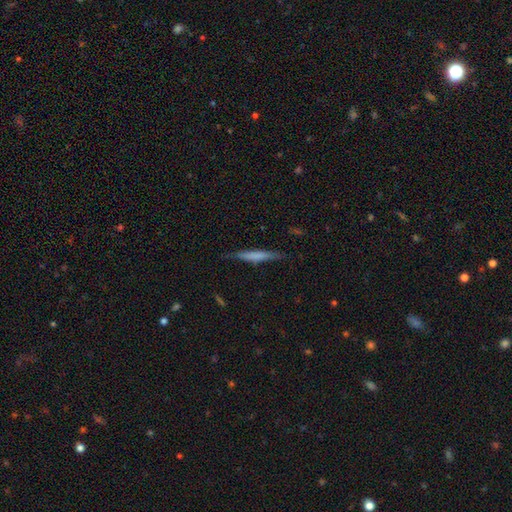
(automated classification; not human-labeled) This appears to be a smooth galaxy with no disk features (53%) that is cigar-shaped (93%). Merging: none (83%).